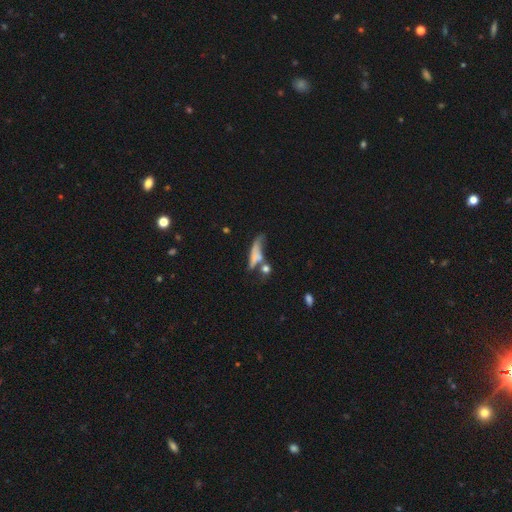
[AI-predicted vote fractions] Smooth or featured?
  - smooth: 55% *
  - featured or disk: 34%
  - star or artifact: 11%
How rounded?
  - cigar-shaped: 52% *
  - in between: 41%
  - round: 7%
Merging?
  - merger: 28% *
  - none: 26%
  - major disturbance: 25%
  - minor disturbance: 20%